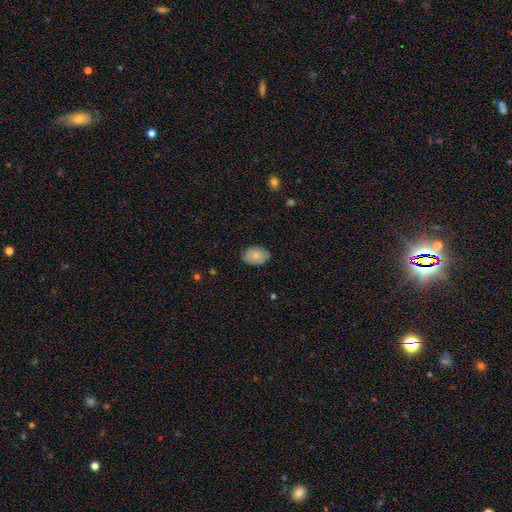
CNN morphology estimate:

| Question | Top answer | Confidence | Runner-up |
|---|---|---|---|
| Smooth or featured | smooth | 79% | featured or disk (14%) |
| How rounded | in between | 78% | round (21%) |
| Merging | none | 81% | minor disturbance (16%) |